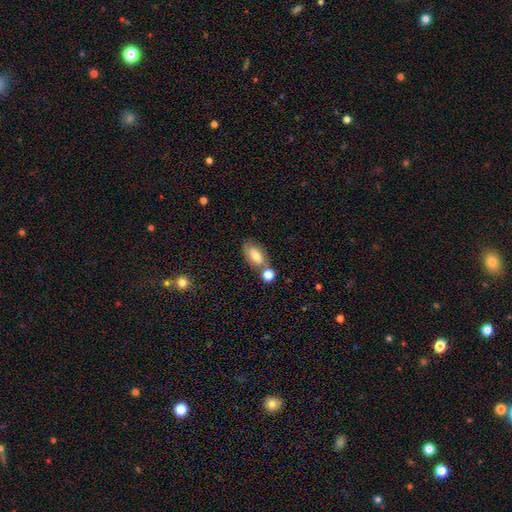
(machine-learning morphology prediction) Smooth or featured: smooth — 64% (featured or disk — 27%)
How rounded: in between — 87% (round — 8%)
Merging: none — 52% (merger — 25%)